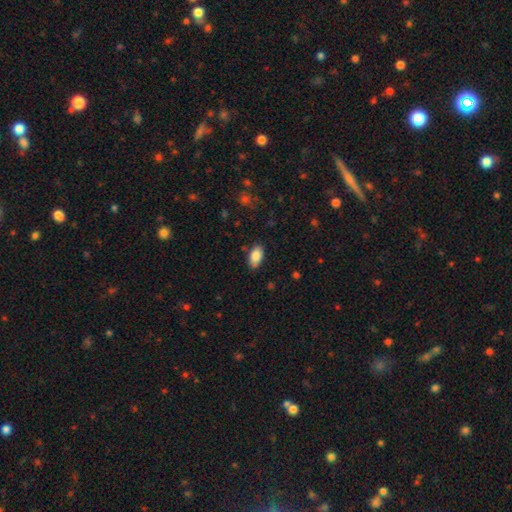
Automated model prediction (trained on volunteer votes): This appears to be a smooth galaxy with no disk features (87%) that is in between round and cigar-shaped (94%). Merging: none (83%).